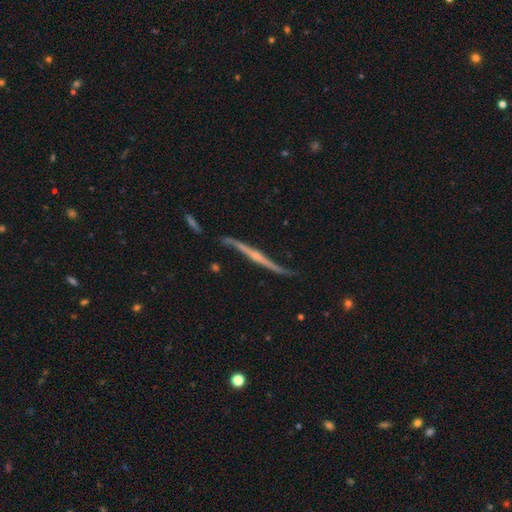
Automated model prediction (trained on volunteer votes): A featured or disk galaxy (84%) viewed edge-on (90%) with a rounded central bulge (61%).

Vote fractions:
- Smooth or featured? featured or disk: 84% / smooth: 10% / star or artifact: 6%
- Edge-on disk? yes: 90% / no: 10%
- Edge-on bulge? rounded: 61% / none: 31% / boxy: 8%
- Merging? none: 66% / minor disturbance: 24% / major disturbance: 6% / merger: 4%